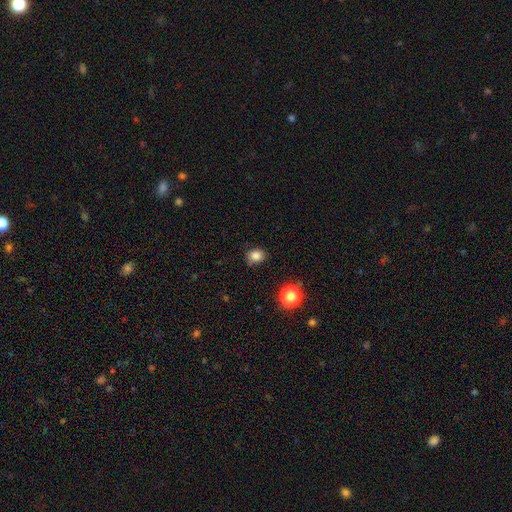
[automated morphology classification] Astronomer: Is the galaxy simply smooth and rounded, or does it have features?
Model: smooth — 82%.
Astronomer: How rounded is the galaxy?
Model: round — 57% (runner-up: in between, 42%).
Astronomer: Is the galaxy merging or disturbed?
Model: none — 76%.